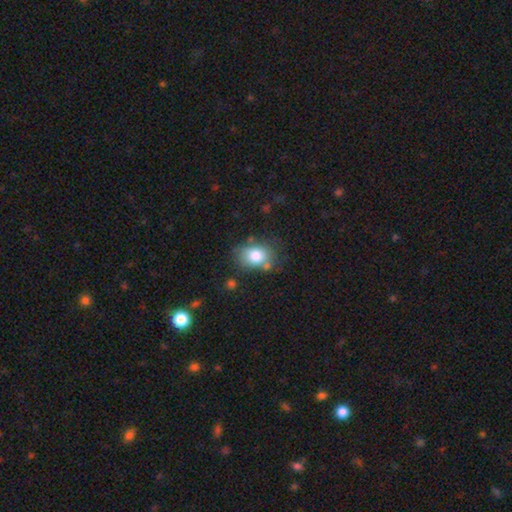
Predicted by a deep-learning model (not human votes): Smooth or featured? Predicted: smooth (p=0.79). How rounded? Predicted: in between (p=0.63). Merging? Predicted: none (p=0.66).